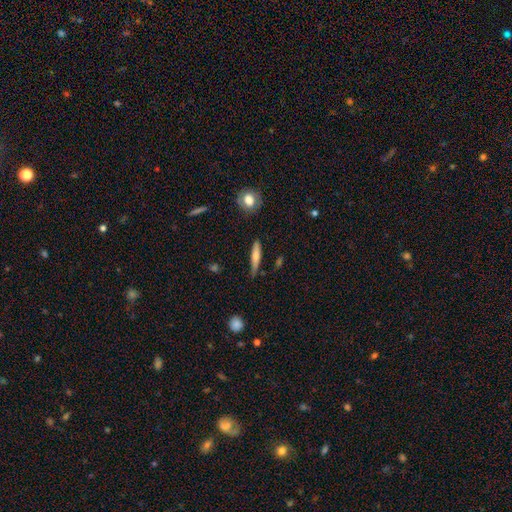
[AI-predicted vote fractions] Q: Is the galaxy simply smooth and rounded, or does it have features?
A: smooth — 60%.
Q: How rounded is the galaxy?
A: cigar-shaped — 85%.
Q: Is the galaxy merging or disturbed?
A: none — 77%.